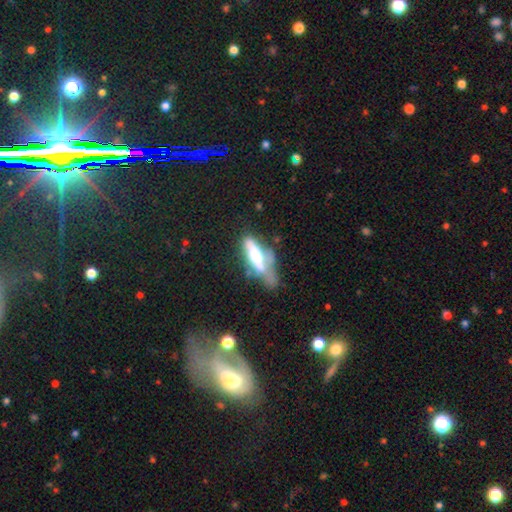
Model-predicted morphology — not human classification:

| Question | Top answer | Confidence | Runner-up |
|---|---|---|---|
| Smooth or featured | featured or disk | 50% | smooth (43%) |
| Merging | major disturbance | 33% | minor disturbance (25%) |